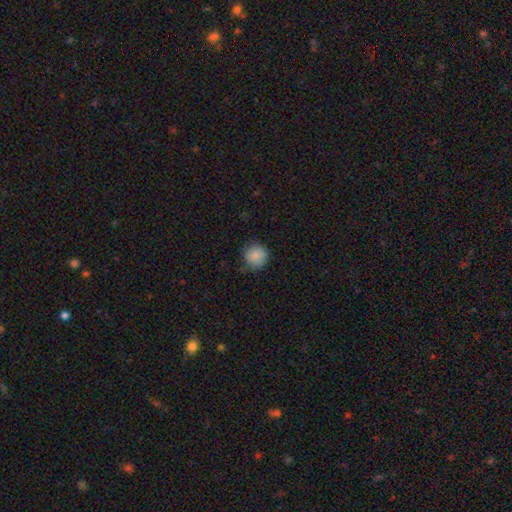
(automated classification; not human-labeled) A smooth galaxy with no disk features (86%) that is round (92%). Merging: none (75%).